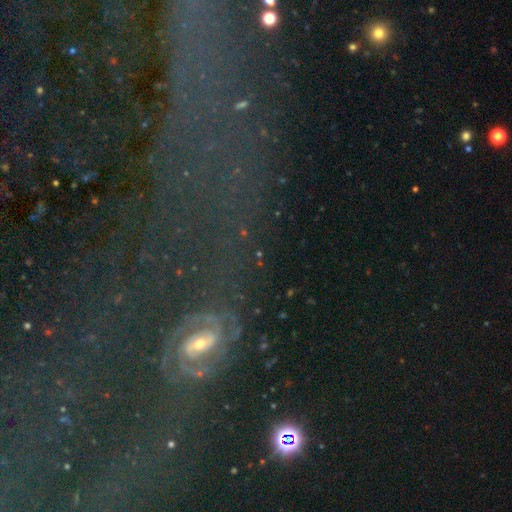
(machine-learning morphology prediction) type=star or artifact (41%).